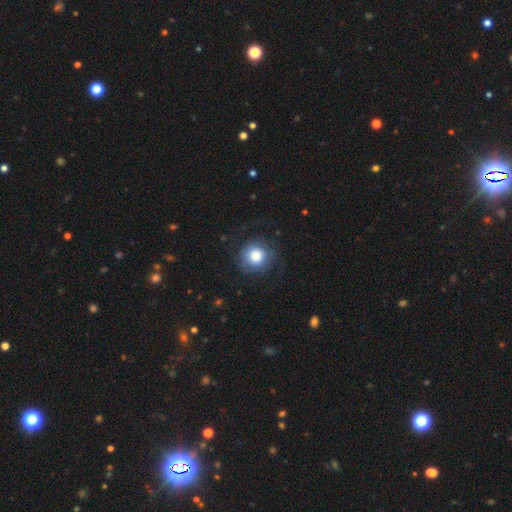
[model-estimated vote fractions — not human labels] Overall: smooth (68%). How rounded: round (92%). Merging: none (68%).